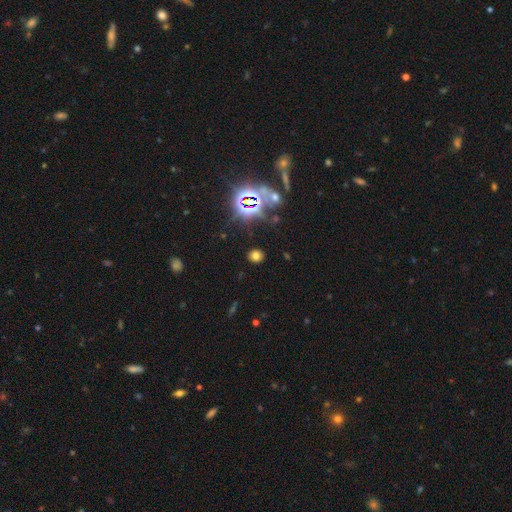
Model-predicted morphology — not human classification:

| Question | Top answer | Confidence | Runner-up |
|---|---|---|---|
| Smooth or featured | smooth | 62% | star or artifact (30%) |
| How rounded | round | 74% | in between (24%) |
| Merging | none | 86% | minor disturbance (8%) |